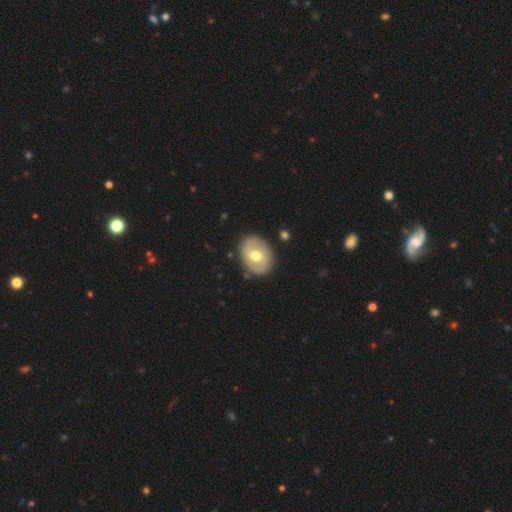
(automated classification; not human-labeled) smooth_or_featured: featured or disk (p=0.56) [alt: smooth p=0.39]
disk_edge_on: no (p=0.95) [alt: yes p=0.05]
bar: weak (p=0.43) [alt: no p=0.42]
has_spiral_arms: yes (p=0.54) [alt: no p=0.46]
bulge_size: moderate (p=0.77) [alt: small p=0.13]
merging: none (p=0.81) [alt: minor disturbance p=0.13]